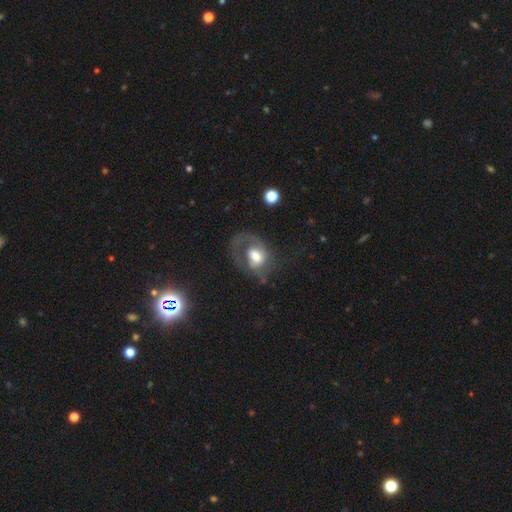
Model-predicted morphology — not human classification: Smooth or featured: featured or disk — 53% (smooth — 38%)
Edge-on disk: no — 96% (yes — 4%)
Bar: no — 57% (weak — 33%)
Spiral arms: yes — 64% (no — 36%)
Bulge size: moderate — 47% (large — 39%)
Merging: major disturbance — 42% (none — 35%)